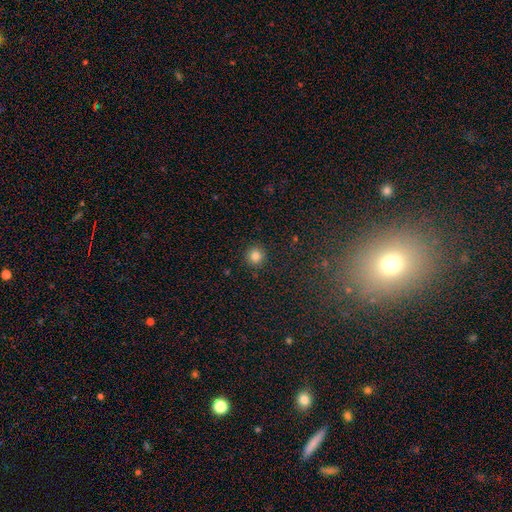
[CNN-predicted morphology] A smooth galaxy with no disk features (83%) that is round (94%). Merging: none (91%).